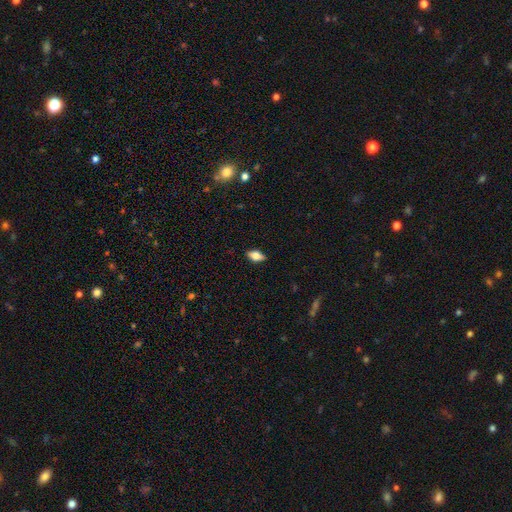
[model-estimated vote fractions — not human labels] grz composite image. It shows a smooth galaxy with no disk features (62%) that is in between round and cigar-shaped (84%). Merging: none (87%).